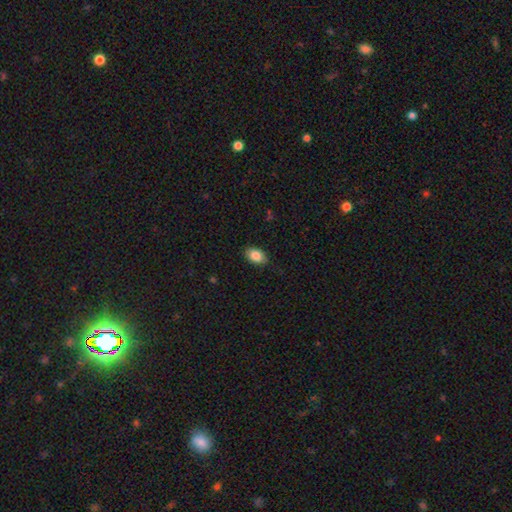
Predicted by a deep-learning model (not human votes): Smooth or featured? Predicted: smooth (p=0.87). How rounded? Predicted: in between (p=0.85). Merging? Predicted: none (p=0.86).